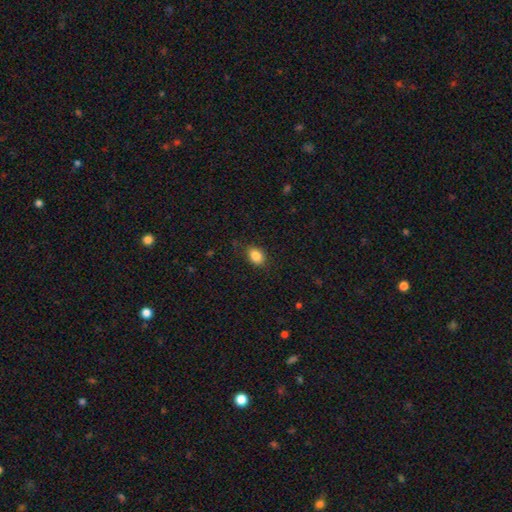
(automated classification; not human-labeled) This appears to be a smooth galaxy with no disk features (86%) that is in between round and cigar-shaped (73%). Merging: none (82%).